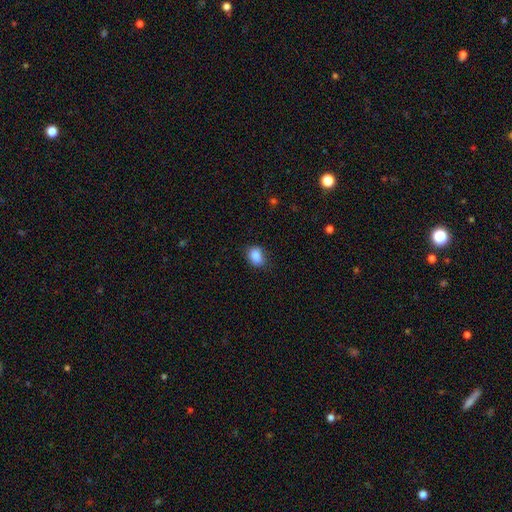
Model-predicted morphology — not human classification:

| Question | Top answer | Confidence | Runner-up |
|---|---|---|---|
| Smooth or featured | smooth | 87% | star or artifact (8%) |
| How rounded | in between | 69% | round (30%) |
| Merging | none | 78% | minor disturbance (17%) |